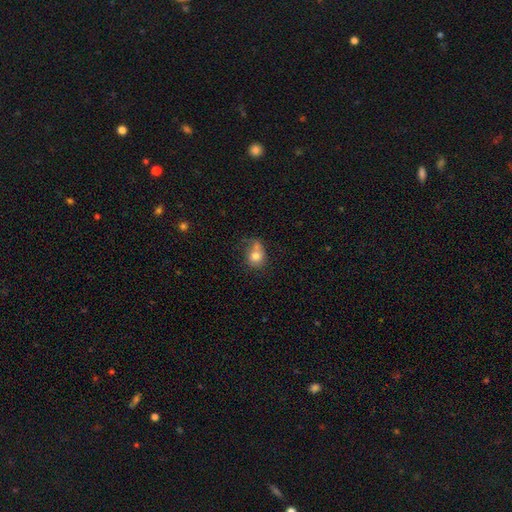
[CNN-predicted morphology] This appears to be a smooth galaxy with no disk features (73%) that is round (58%). Merging: none (32%).